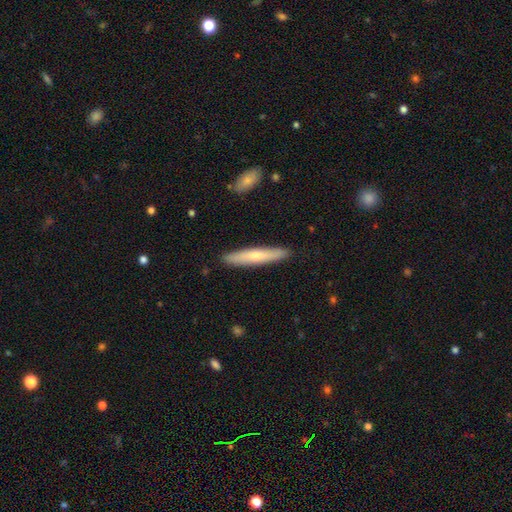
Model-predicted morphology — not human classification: smooth 62%, featured or disk 33%, star or artifact 5%. Down the decision tree: how rounded — cigar-shaped (93%); merging — none (89%).